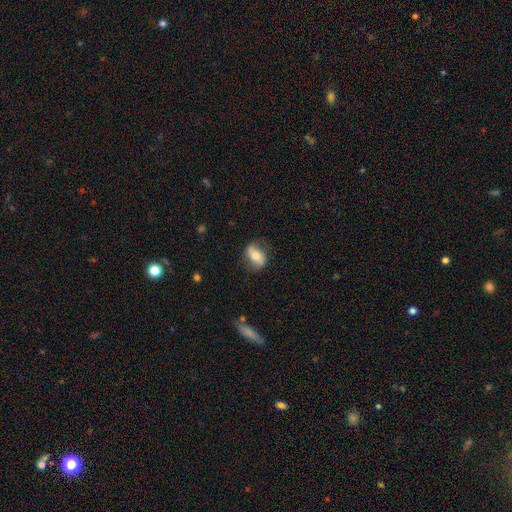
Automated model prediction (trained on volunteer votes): The model was most divided on "smooth or featured": smooth: 60%, featured or disk: 33%, star or artifact: 7%. More confident: how rounded — in between (81%); merging — none (76%).